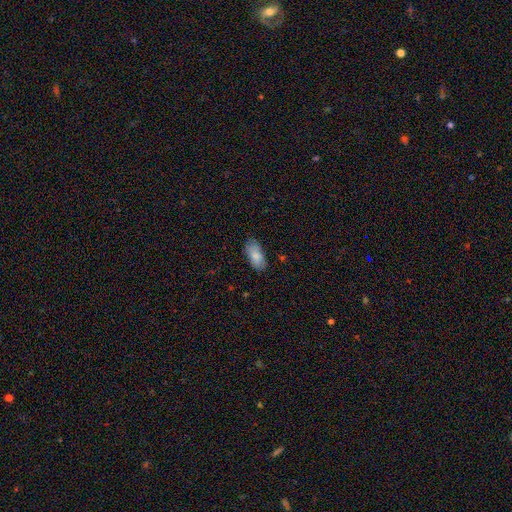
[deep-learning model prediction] Smooth or featured: smooth — 83% (featured or disk — 11%)
How rounded: in between — 91% (cigar-shaped — 7%)
Merging: none — 80% (minor disturbance — 15%)